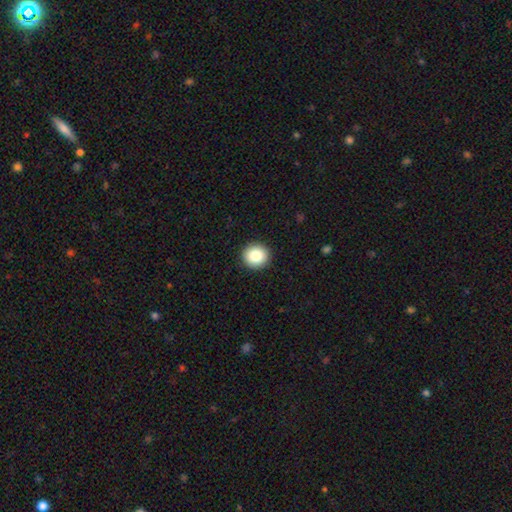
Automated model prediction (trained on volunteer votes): Morphology: type=smooth (84%); roundness=round (92%); merging=none (93%).